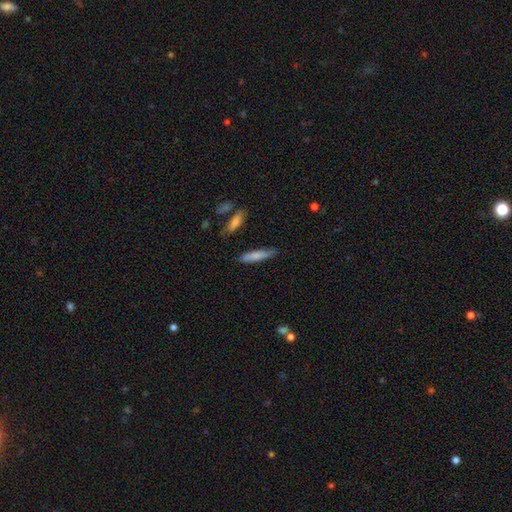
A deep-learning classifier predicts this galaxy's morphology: This appears to be a smooth galaxy with no disk features (77%) that is cigar-shaped (81%). Merging: none (81%).